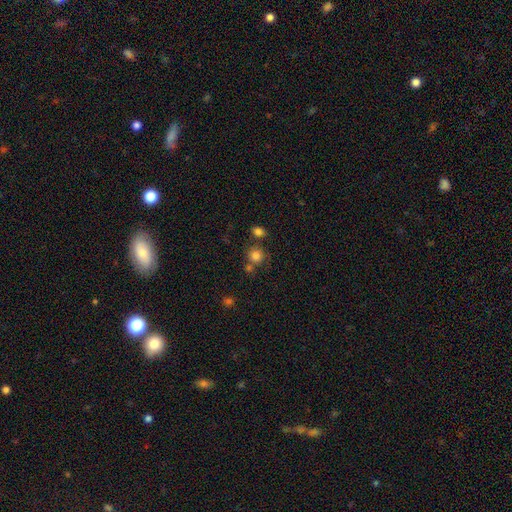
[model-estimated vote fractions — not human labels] This is clearly a smooth galaxy (80%). How rounded: clearly round (89%). Merging: likely none (67%).